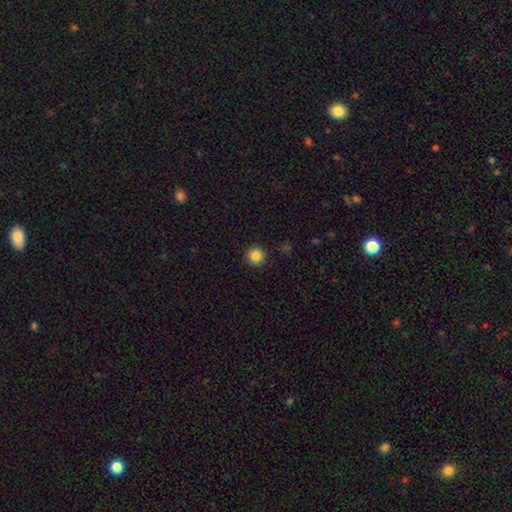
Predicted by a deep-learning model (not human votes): Q: Smooth or featured?
A: smooth (85%); runner-up: star or artifact (11%)
Q: How rounded?
A: round (96%); runner-up: in between (3%)
Q: Merging?
A: none (92%); runner-up: minor disturbance (5%)